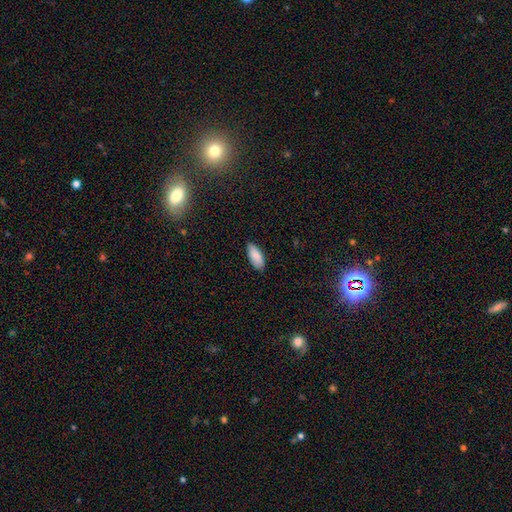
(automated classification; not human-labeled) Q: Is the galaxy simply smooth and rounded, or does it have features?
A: smooth — 87%.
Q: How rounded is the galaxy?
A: in between — 86%.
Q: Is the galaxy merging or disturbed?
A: none — 85%.